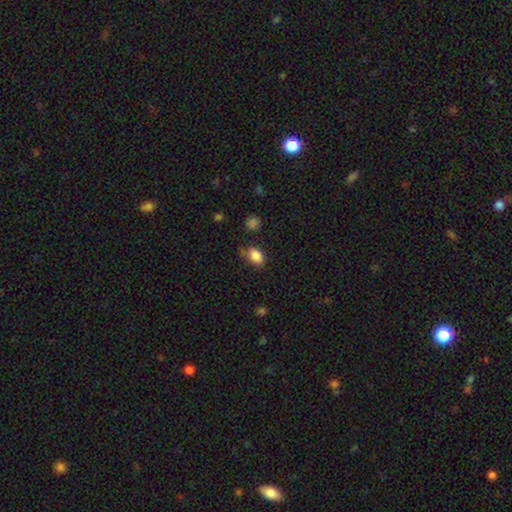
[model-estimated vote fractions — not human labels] The model was most divided on "merging": none: 67%, minor disturbance: 23%, major disturbance: 6%, merger: 4%. More confident: how rounded — in between (86%); smooth or featured — smooth (86%).